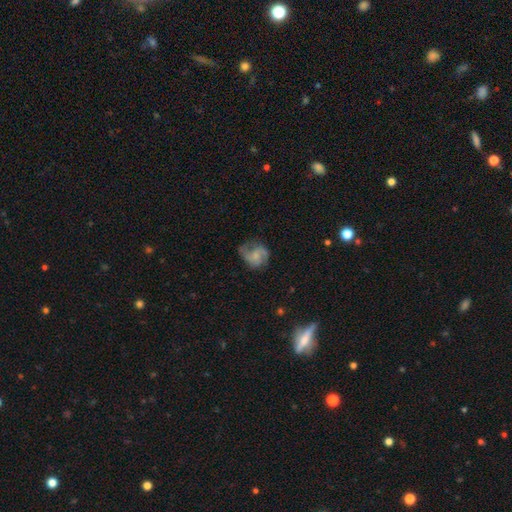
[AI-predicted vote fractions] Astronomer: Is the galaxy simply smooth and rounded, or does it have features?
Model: featured or disk — 64%.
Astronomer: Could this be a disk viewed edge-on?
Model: no — 98%.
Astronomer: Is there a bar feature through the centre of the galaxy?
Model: no — 63%.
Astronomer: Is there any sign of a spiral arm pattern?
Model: yes — 89%.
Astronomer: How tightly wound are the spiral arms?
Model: medium — 50% (runner-up: loose, 28%).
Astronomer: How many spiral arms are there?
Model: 2 — 70%.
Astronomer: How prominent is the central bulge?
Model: small — 48% (runner-up: moderate, 27%).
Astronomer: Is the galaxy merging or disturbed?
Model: none — 55%.